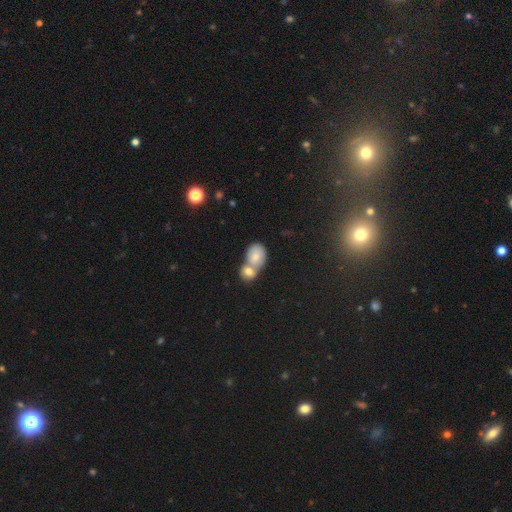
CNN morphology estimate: smooth-or-featured: smooth: 76% | featured or disk: 15% | star or artifact: 10%
  how-rounded: in between: 56% | round: 43% | cigar-shaped: 2%
  merging: merger: 65% | none: 25% | minor disturbance: 7% | major disturbance: 3%